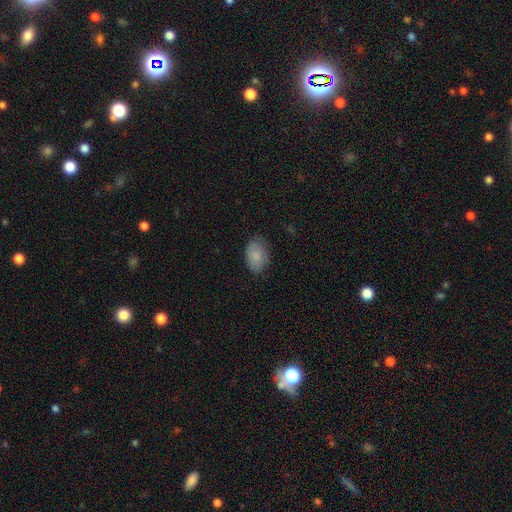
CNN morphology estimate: A smooth galaxy with no disk features (85%) that is in between round and cigar-shaped (90%).

Vote fractions:
- Smooth or featured? smooth: 85% / featured or disk: 8% / star or artifact: 7%
- How rounded? in between: 90% / round: 9% / cigar-shaped: 1%
- Merging? none: 76% / minor disturbance: 19% / major disturbance: 4% / merger: 1%